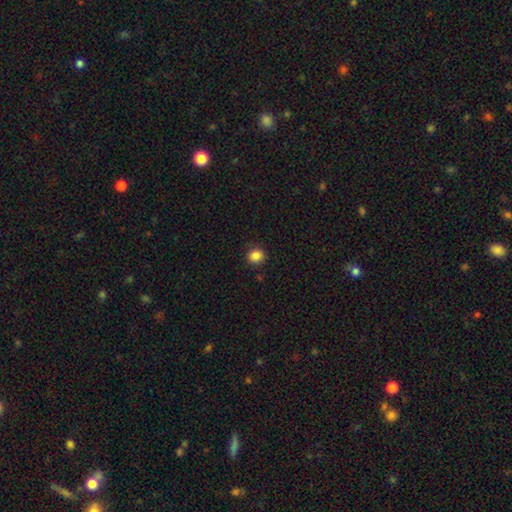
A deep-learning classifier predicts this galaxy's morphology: smooth 86%, star or artifact 11%, featured or disk 3%. Down the decision tree: how rounded — round (79%); merging — none (87%).